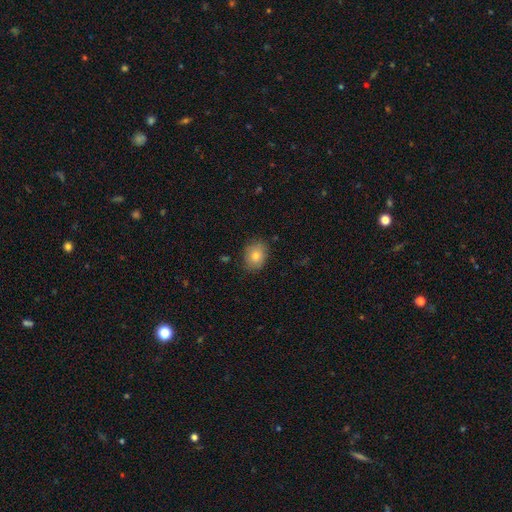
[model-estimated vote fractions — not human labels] Morphology: type=smooth (79%); roundness=in between (52%); merging=none (83%).